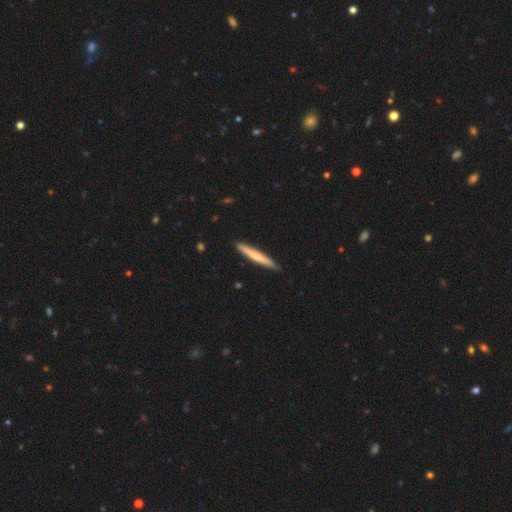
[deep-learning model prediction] Smooth or featured?
  - smooth: 61% *
  - featured or disk: 34%
  - star or artifact: 5%
How rounded?
  - cigar-shaped: 96% *
  - in between: 3%
  - round: 1%
Merging?
  - none: 88% *
  - minor disturbance: 9%
  - major disturbance: 1%
  - merger: 1%